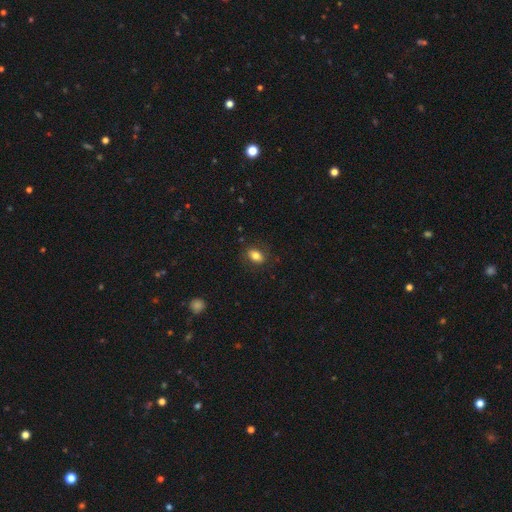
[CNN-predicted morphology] Overall: smooth (79%). How rounded: in between (84%). Merging: none (82%).